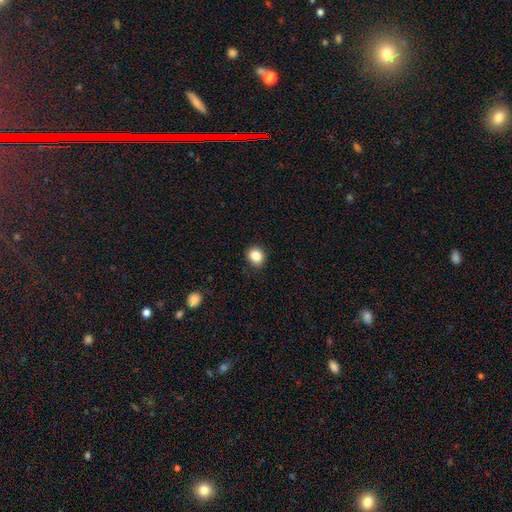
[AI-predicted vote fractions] A smooth galaxy with no disk features (86%) that is round (65%). Merging: none (87%).